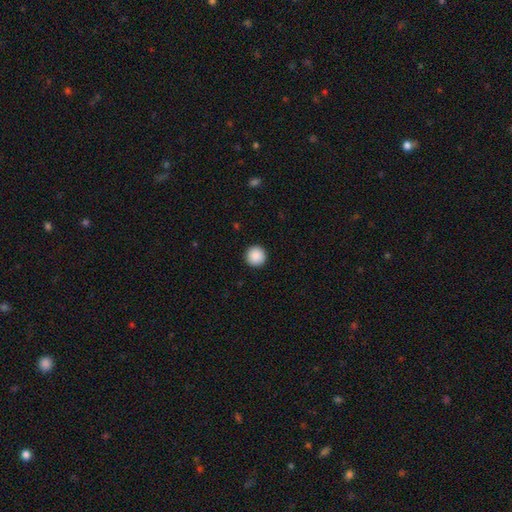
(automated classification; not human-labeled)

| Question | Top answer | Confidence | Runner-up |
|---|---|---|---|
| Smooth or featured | smooth | 90% | star or artifact (8%) |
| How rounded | round | 96% | in between (3%) |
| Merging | none | 93% | minor disturbance (4%) |